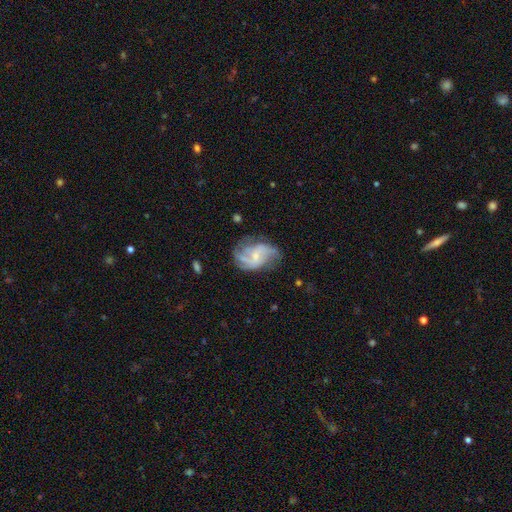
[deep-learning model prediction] Smooth or featured? Predicted: featured or disk (p=0.76). Edge-on disk? Predicted: no (p=0.97). Bar? Predicted: no (p=0.46). Spiral arms? Predicted: yes (p=0.90). Spiral winding? Predicted: loose (p=0.46). Spiral arm count? Predicted: 2 (p=0.42). Bulge size? Predicted: small (p=0.56). Merging? Predicted: none (p=0.55).